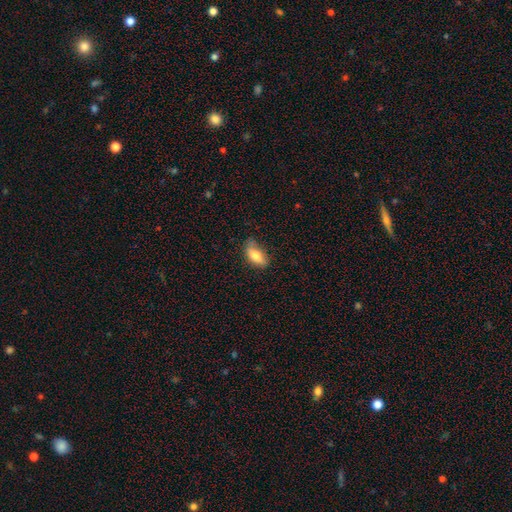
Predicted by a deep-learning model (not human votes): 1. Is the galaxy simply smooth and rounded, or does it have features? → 79% smooth, 14% featured or disk, 7% star or artifact.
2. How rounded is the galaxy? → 88% in between, 8% cigar-shaped, 4% round.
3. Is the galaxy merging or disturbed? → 59% none, 32% minor disturbance, 7% major disturbance, 2% merger.